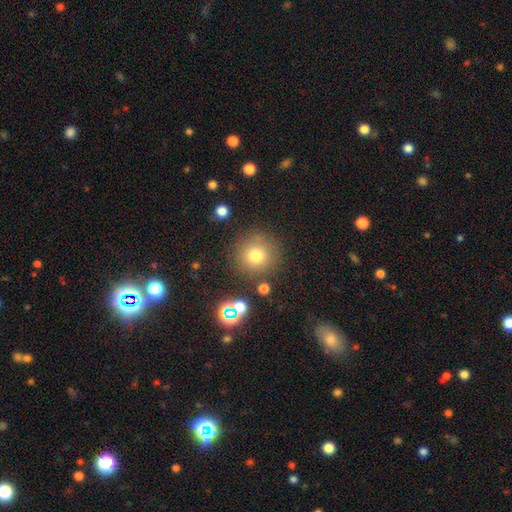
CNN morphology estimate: Overall: smooth (75%). How rounded: round (95%). Merging: none (83%).